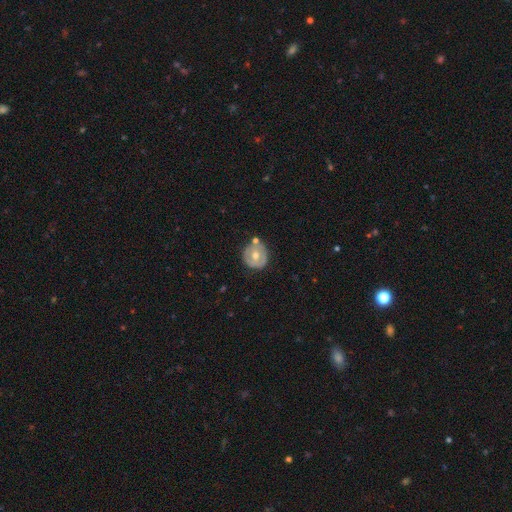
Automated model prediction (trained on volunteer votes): A featured or disk galaxy (55%) with no bar (74%), no spiral arms (71%) and a moderate central bulge (78%). Merging: none (67%).